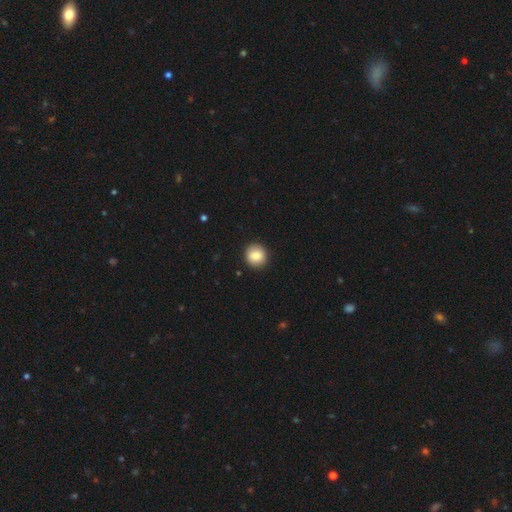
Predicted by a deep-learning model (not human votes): Overall: smooth (85%). How rounded: round (89%). Merging: none (91%).